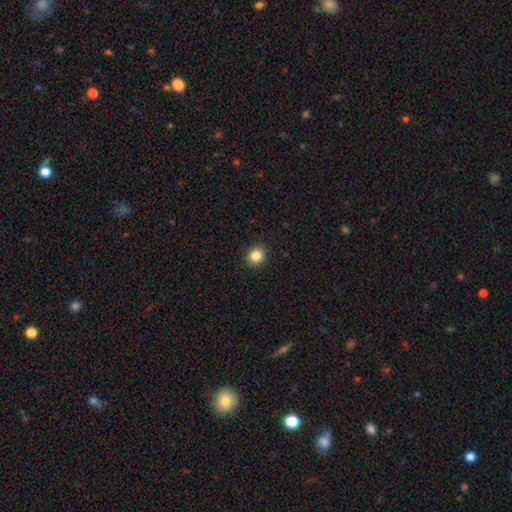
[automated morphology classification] A smooth galaxy with no disk features (86%) that is round (86%). Merging: none (92%).